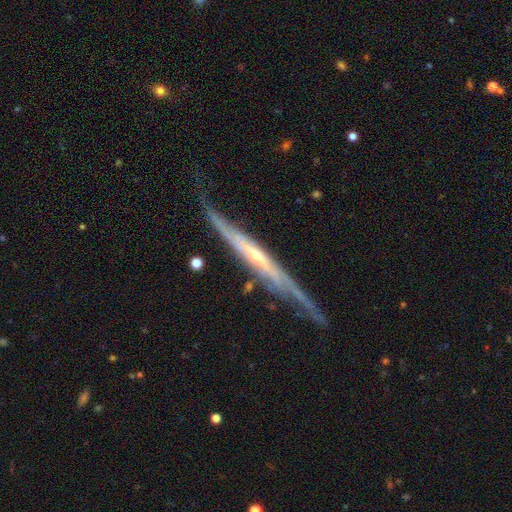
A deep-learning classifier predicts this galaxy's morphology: Smooth or featured?
  - featured or disk: 83% *
  - smooth: 12%
  - star or artifact: 6%
Edge-on disk?
  - yes: 81% *
  - no: 19%
Edge-on bulge?
  - none: 48% *
  - rounded: 47%
  - boxy: 6%
Merging?
  - none: 62% *
  - minor disturbance: 27%
  - major disturbance: 9%
  - merger: 3%